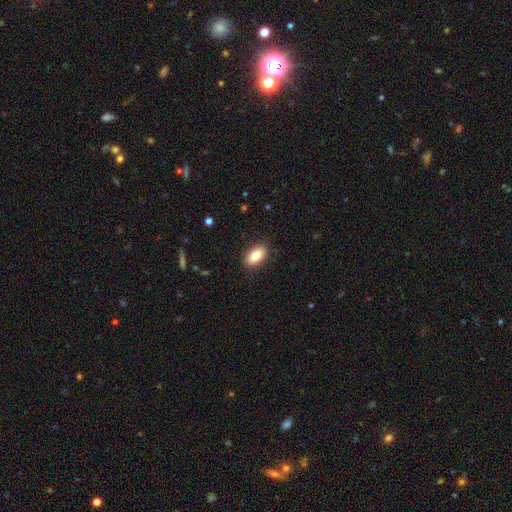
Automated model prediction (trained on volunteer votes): smooth_or_featured: smooth (p=0.84) [alt: featured or disk p=0.09]
how_rounded: in between (p=0.92) [alt: round p=0.05]
merging: none (p=0.88) [alt: minor disturbance p=0.08]